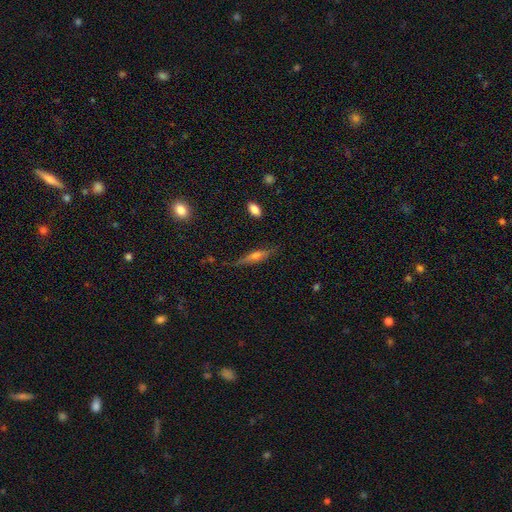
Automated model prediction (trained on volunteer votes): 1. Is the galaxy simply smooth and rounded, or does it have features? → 53% featured or disk, 37% smooth, 10% star or artifact.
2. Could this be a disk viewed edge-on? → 92% yes, 8% no.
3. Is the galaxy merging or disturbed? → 77% none, 17% minor disturbance, 4% major disturbance, 2% merger.